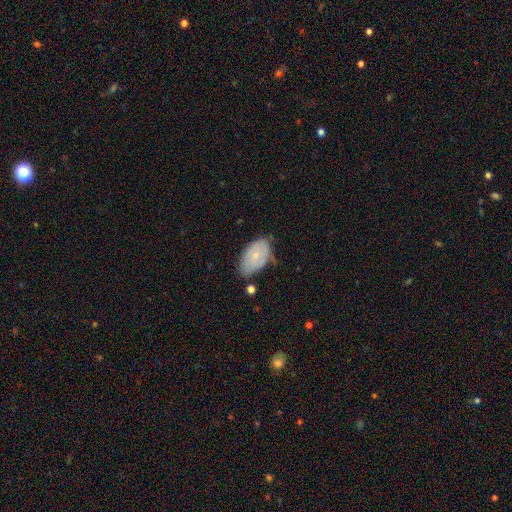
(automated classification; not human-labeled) smooth_or_featured: smooth (p=0.63) [alt: featured or disk p=0.31]
how_rounded: in between (p=0.93) [alt: round p=0.06]
merging: none (p=0.58) [alt: minor disturbance p=0.32]